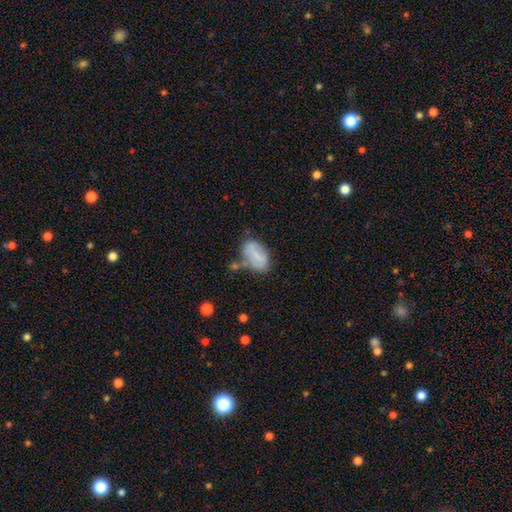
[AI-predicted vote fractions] A smooth galaxy with no disk features (68%) that is in between round and cigar-shaped (91%).

Vote fractions:
- Smooth or featured? smooth: 68% / featured or disk: 24% / star or artifact: 8%
- How rounded? in between: 91% / round: 7% / cigar-shaped: 2%
- Merging? none: 47% / minor disturbance: 28% / merger: 14% / major disturbance: 11%